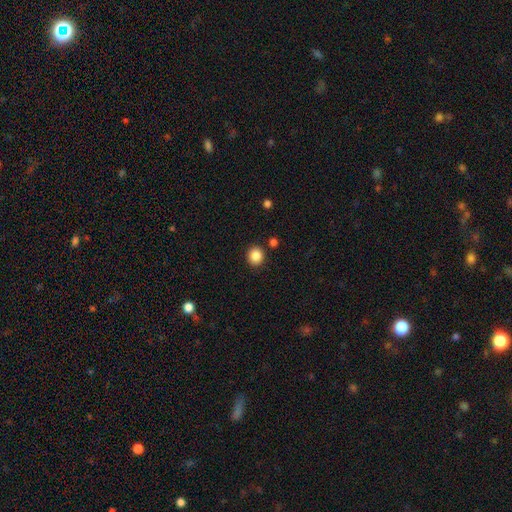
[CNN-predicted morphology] smooth_or_featured: smooth (p=0.87) [alt: star or artifact p=0.10]
how_rounded: round (p=0.83) [alt: in between p=0.16]
merging: none (p=0.88) [alt: minor disturbance p=0.07]